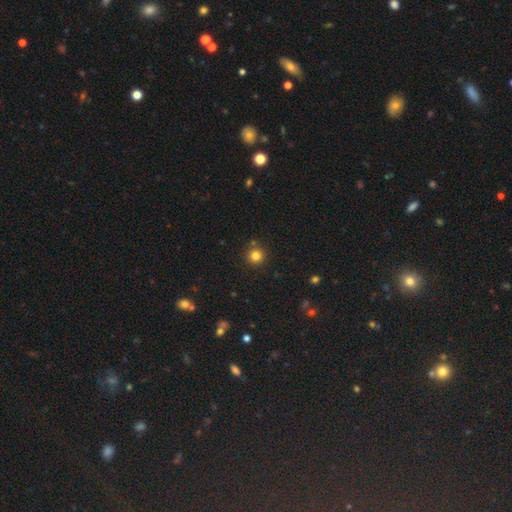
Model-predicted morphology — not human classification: Smooth or featured?
  - smooth: 81% *
  - star or artifact: 13%
  - featured or disk: 5%
How rounded?
  - round: 95% *
  - in between: 4%
  - cigar-shaped: 1%
Merging?
  - none: 86% *
  - minor disturbance: 7%
  - merger: 5%
  - major disturbance: 2%